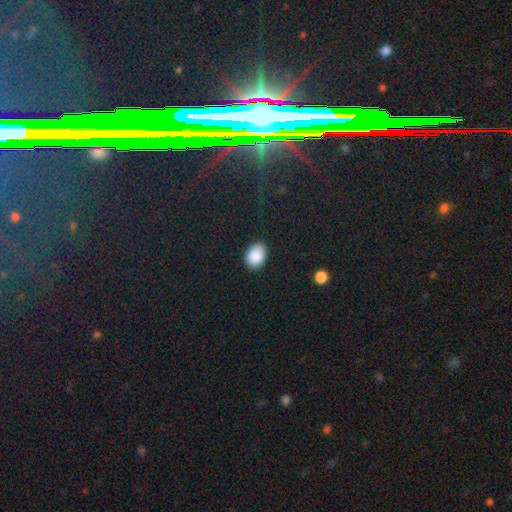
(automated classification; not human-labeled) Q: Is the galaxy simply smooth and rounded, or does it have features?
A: smooth — 89%.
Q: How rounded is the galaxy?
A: in between — 73%.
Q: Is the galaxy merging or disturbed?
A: none — 85%.